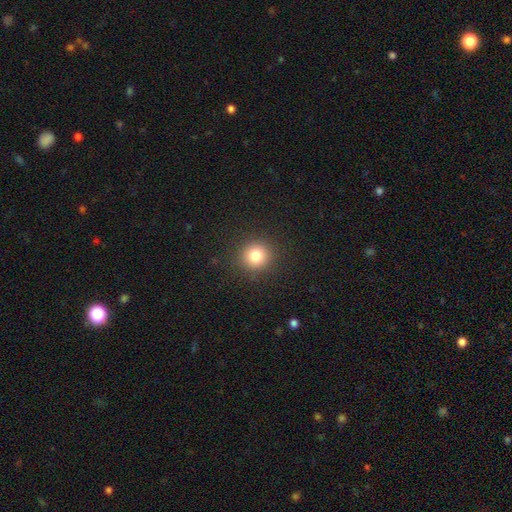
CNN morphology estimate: Overall: smooth (81%). How rounded: round (93%). Merging: none (91%).